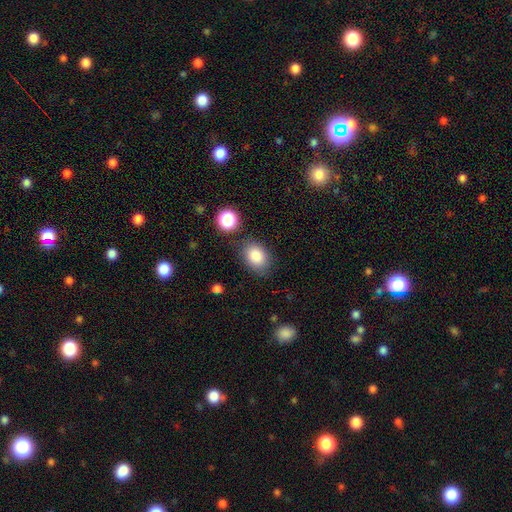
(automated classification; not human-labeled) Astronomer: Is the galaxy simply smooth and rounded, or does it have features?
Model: smooth — 86%.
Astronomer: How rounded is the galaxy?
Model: in between — 74%.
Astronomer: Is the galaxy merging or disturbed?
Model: none — 77%.